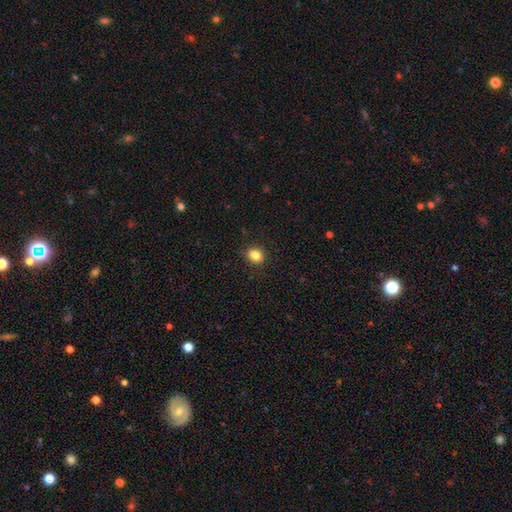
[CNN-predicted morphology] Smooth or featured: smooth — 85% (star or artifact — 10%)
How rounded: round — 69% (in between — 30%)
Merging: none — 88% (minor disturbance — 8%)